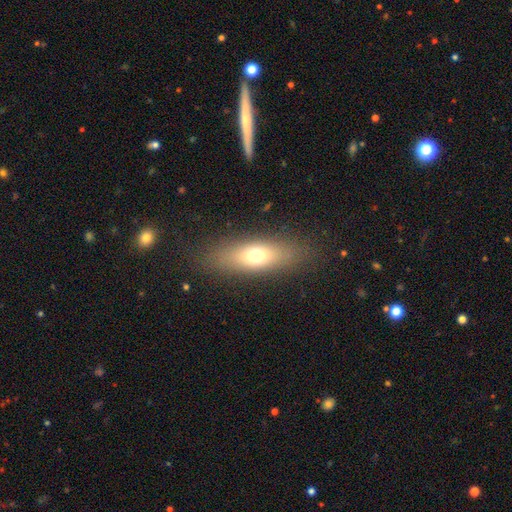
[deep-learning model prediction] A smooth galaxy with no disk features (67%) that is in between round and cigar-shaped (63%).

Vote fractions:
- Smooth or featured? smooth: 67% / featured or disk: 23% / star or artifact: 10%
- How rounded? in between: 63% / cigar-shaped: 31% / round: 6%
- Merging? none: 83% / minor disturbance: 11% / major disturbance: 5% / merger: 1%